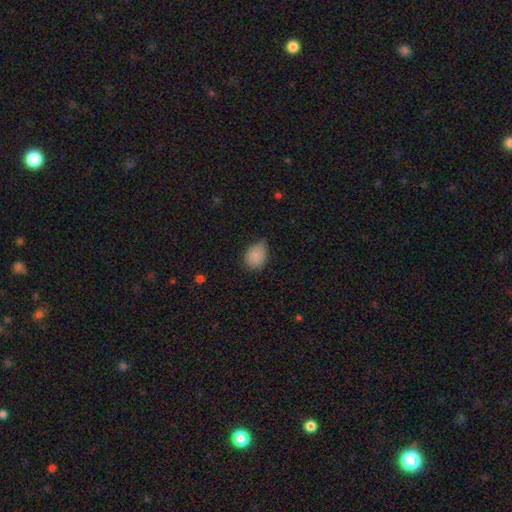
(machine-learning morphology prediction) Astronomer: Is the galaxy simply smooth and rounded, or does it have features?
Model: smooth — 85%.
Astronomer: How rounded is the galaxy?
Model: in between — 50% (runner-up: round, 49%).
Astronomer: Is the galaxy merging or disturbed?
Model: none — 50% (runner-up: minor disturbance, 41%).